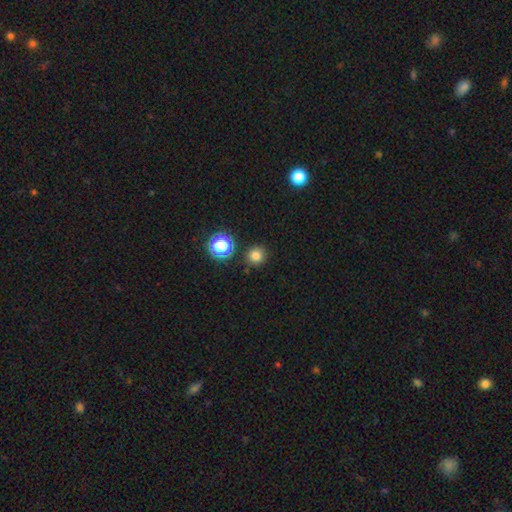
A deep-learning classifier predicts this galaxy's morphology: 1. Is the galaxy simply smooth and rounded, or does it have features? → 77% smooth, 17% star or artifact, 5% featured or disk.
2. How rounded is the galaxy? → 91% round, 8% in between, 1% cigar-shaped.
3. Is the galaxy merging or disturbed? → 87% none, 7% minor disturbance, 3% merger, 2% major disturbance.